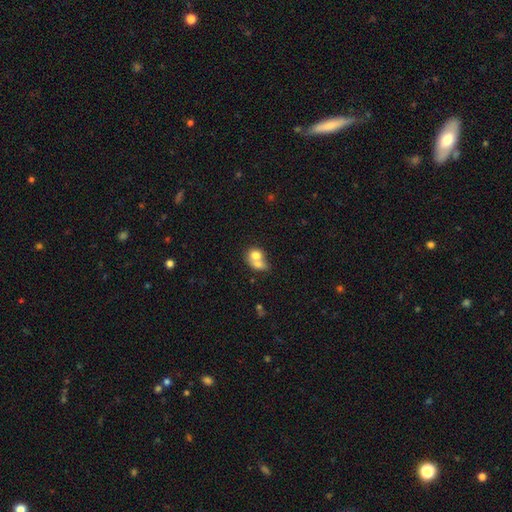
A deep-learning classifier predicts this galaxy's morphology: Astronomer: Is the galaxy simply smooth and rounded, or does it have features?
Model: smooth — 71%.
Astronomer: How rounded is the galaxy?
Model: round — 54% (runner-up: in between, 45%).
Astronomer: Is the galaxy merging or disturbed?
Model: merger — 69%.